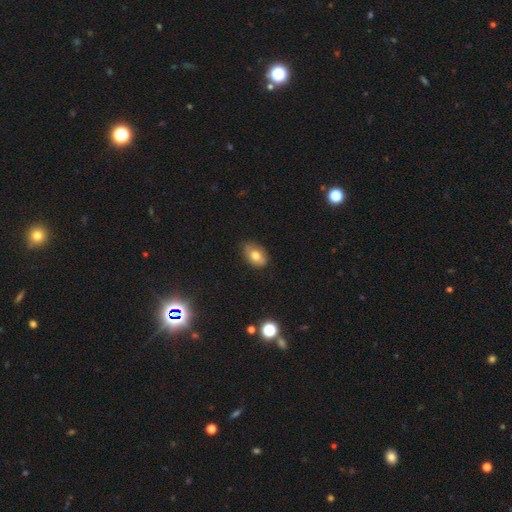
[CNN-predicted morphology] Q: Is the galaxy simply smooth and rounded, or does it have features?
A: smooth — 75%.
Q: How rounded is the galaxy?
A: in between — 86%.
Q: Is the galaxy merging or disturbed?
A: none — 75%.